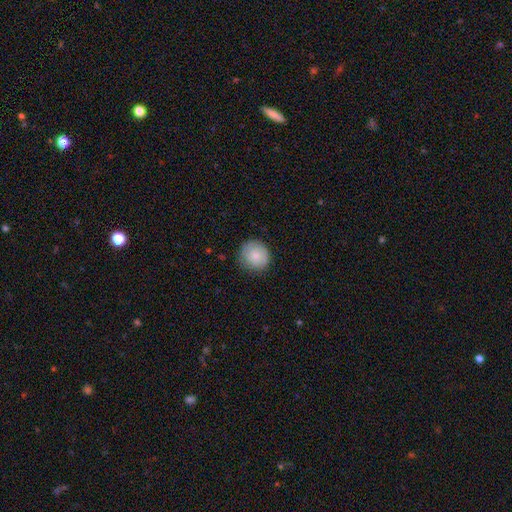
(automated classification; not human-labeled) Smooth or featured? Predicted: smooth (p=0.78). How rounded? Predicted: round (p=0.90). Merging? Predicted: none (p=0.81).